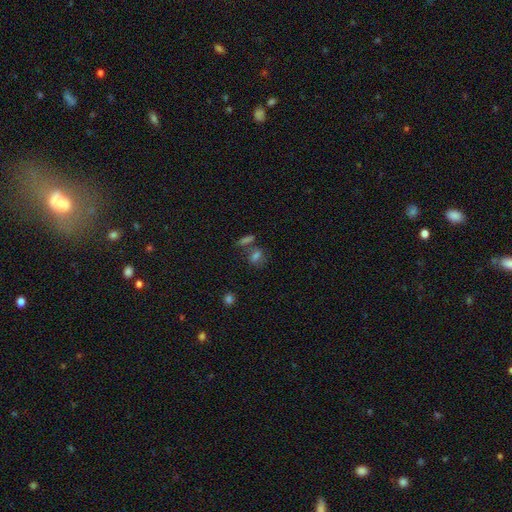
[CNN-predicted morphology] This is likely a smooth galaxy (61%). How rounded: possibly in between (55%). Merging: possibly none (57%).